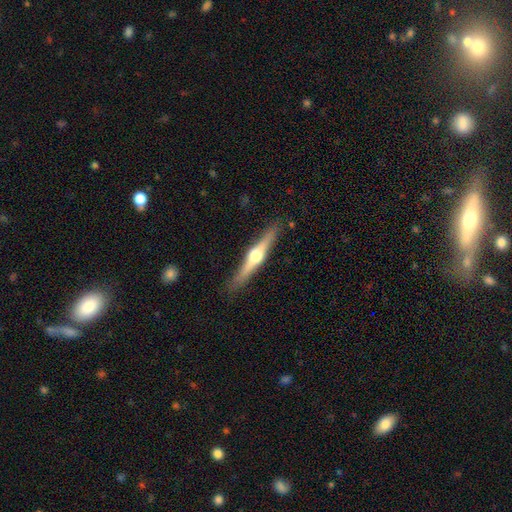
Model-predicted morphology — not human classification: type=featured or disk (73%); edge-on=yes (98%); edge-on bulge=rounded (95%); merging=none (89%).